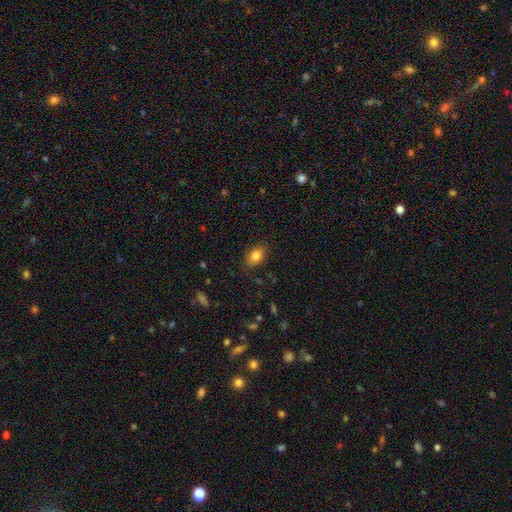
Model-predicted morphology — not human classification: Smooth or featured? smooth (82%)
How rounded? in between (78%)
Merging? none (83%)